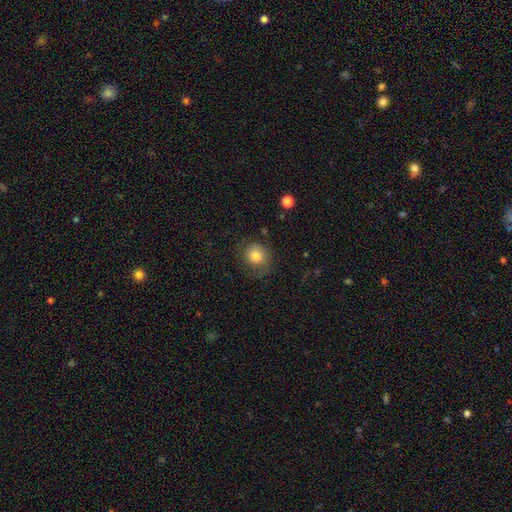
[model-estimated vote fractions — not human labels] Q: Smooth or featured?
A: smooth (79%); runner-up: featured or disk (11%)
Q: How rounded?
A: round (83%); runner-up: in between (16%)
Q: Merging?
A: none (69%); runner-up: minor disturbance (20%)